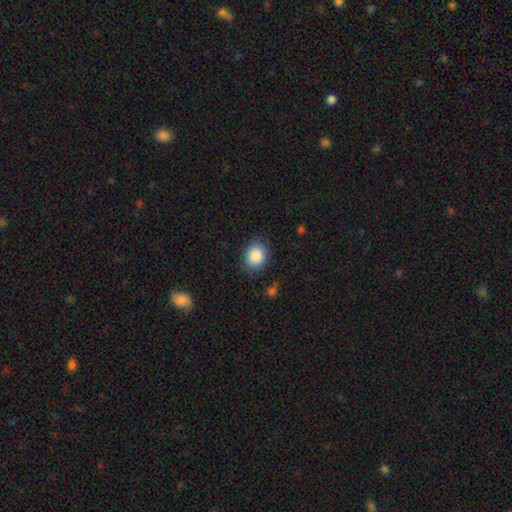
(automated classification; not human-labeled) The model was most divided on "how rounded": round: 52%, in between: 47%, cigar-shaped: 1%. More confident: smooth or featured — smooth (87%); merging — none (84%).